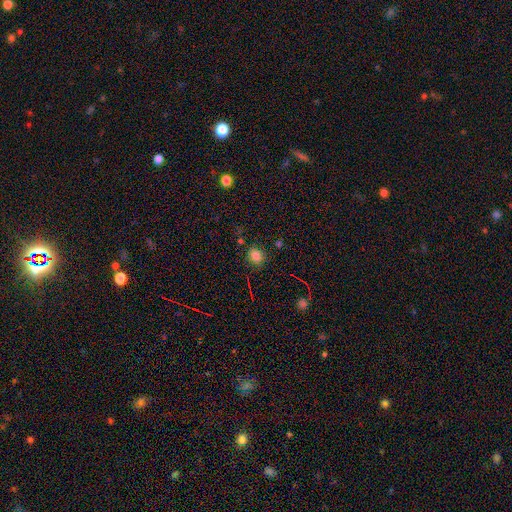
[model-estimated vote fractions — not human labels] Smooth or featured?
  - smooth: 81% *
  - star or artifact: 13%
  - featured or disk: 6%
How rounded?
  - round: 77% *
  - in between: 22%
  - cigar-shaped: 1%
Merging?
  - none: 83% *
  - minor disturbance: 10%
  - merger: 3%
  - major disturbance: 3%